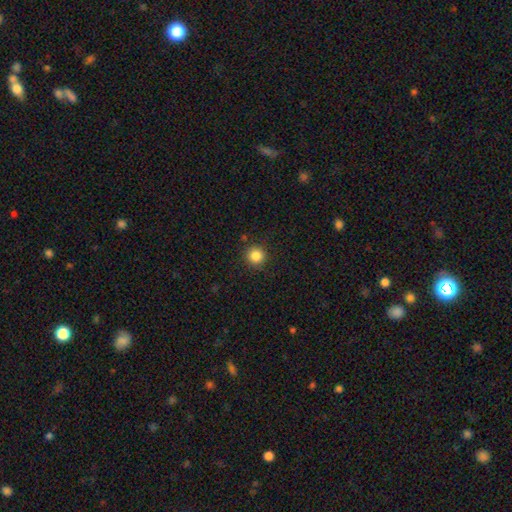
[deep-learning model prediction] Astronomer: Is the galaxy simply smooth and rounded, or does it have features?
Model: smooth — 85%.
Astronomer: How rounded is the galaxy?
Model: round — 95%.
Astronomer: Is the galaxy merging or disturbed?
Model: none — 90%.